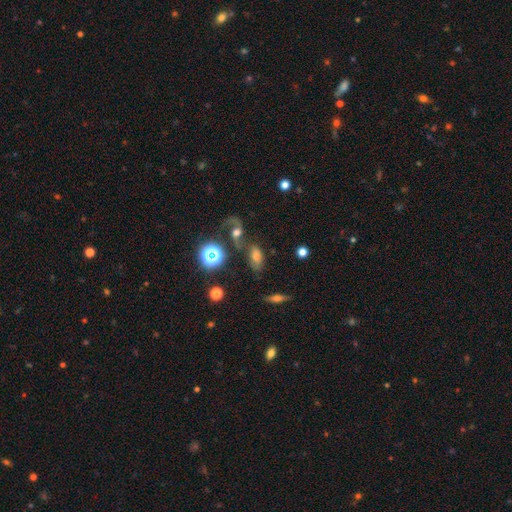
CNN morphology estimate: Smooth or featured? smooth (45%)
Merging? none (47%)